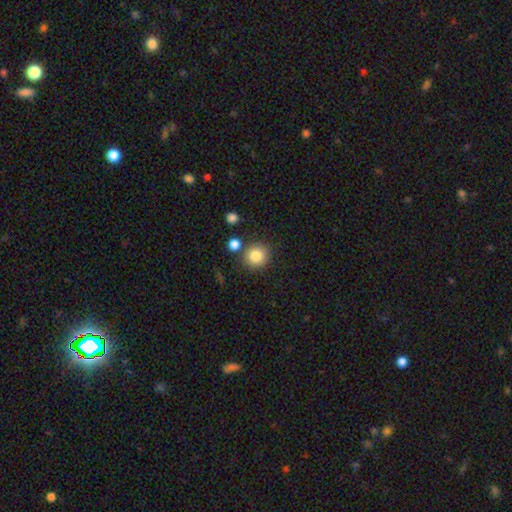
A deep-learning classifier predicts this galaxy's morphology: Smooth or featured? Predicted: smooth (p=0.83). How rounded? Predicted: round (p=0.91). Merging? Predicted: none (p=0.80).